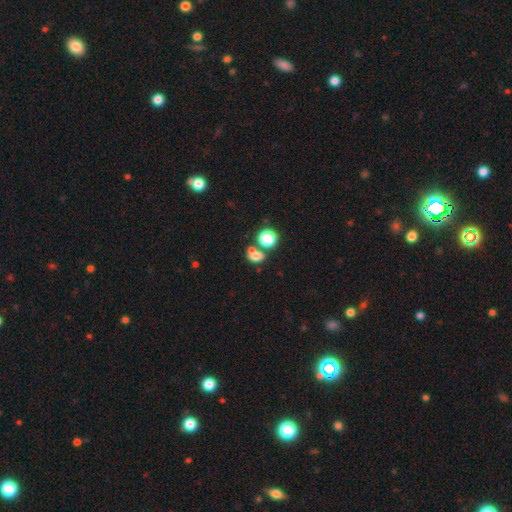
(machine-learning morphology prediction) A smooth galaxy with no disk features (72%) that is in between round and cigar-shaped (58%). Merging: none (44%).